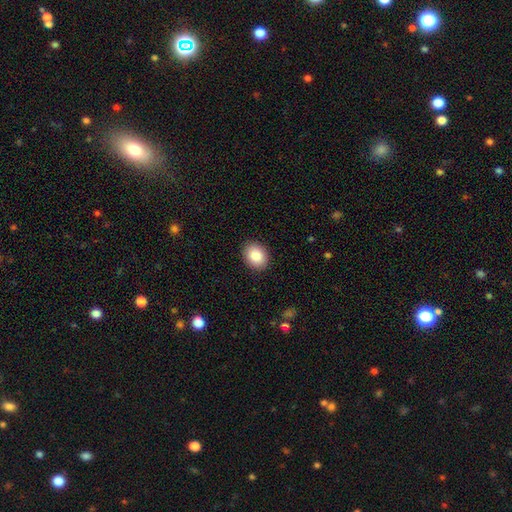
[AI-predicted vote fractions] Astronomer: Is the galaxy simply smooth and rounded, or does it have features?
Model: smooth — 87%.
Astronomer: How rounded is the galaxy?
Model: in between — 63%.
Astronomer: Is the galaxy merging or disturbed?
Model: none — 90%.